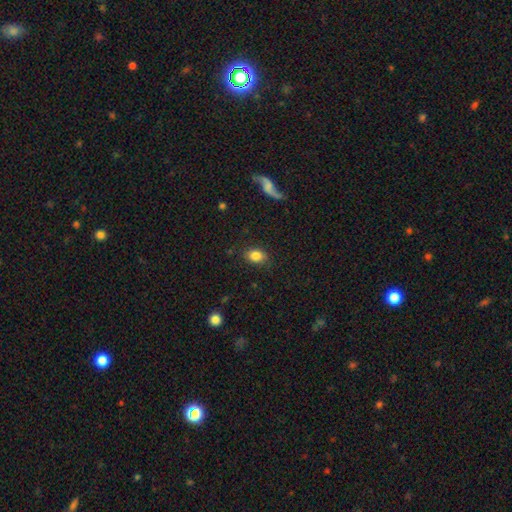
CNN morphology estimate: Smooth or featured?
  - smooth: 82% *
  - star or artifact: 9%
  - featured or disk: 9%
How rounded?
  - in between: 75% *
  - round: 23%
  - cigar-shaped: 2%
Merging?
  - none: 83% *
  - minor disturbance: 12%
  - major disturbance: 4%
  - merger: 2%